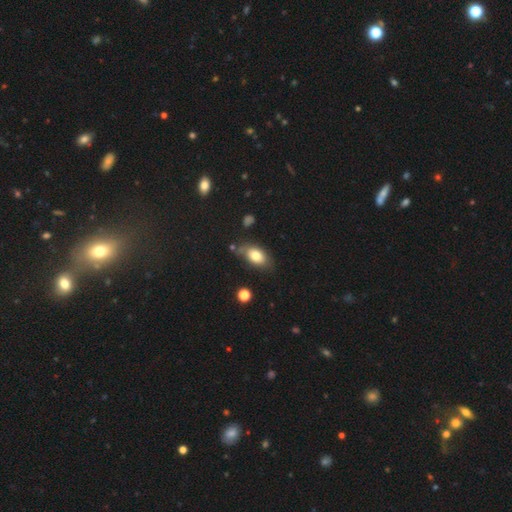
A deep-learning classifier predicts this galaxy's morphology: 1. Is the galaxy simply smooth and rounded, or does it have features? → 77% smooth, 15% featured or disk, 8% star or artifact.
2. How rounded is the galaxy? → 89% in between, 8% round, 3% cigar-shaped.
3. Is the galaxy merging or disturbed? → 65% none, 23% minor disturbance, 6% major disturbance, 6% merger.